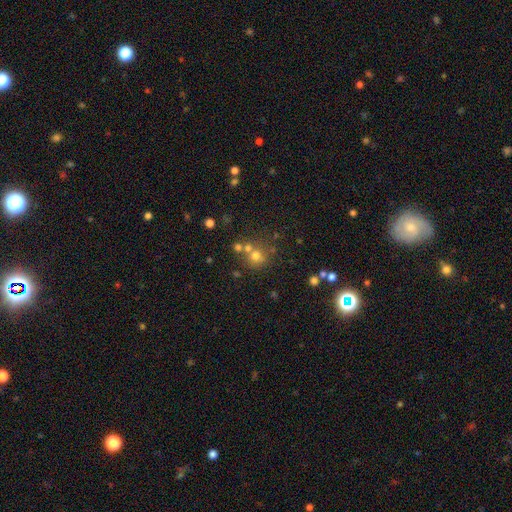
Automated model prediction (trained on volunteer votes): Smooth or featured: smooth — 65% (star or artifact — 20%)
How rounded: round — 87% (in between — 13%)
Merging: none — 56% (merger — 30%)